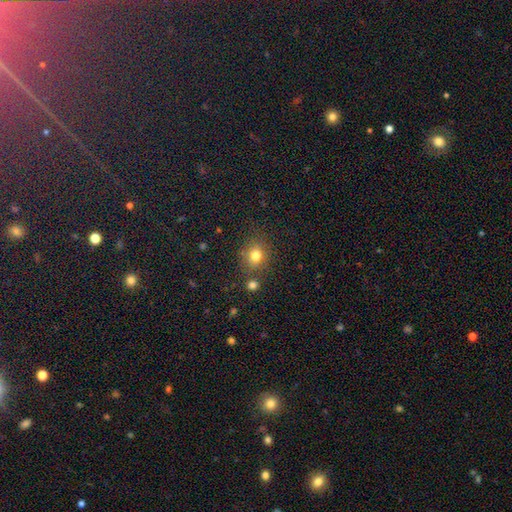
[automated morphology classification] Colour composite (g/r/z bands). It shows a smooth galaxy with no disk features (78%) that is round (71%). Merging: none (76%).